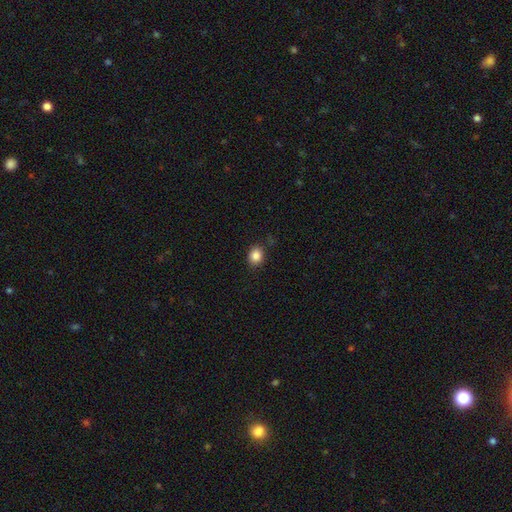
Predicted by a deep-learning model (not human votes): This is clearly a smooth galaxy (86%). How rounded: likely round (62%). Merging: clearly none (84%).